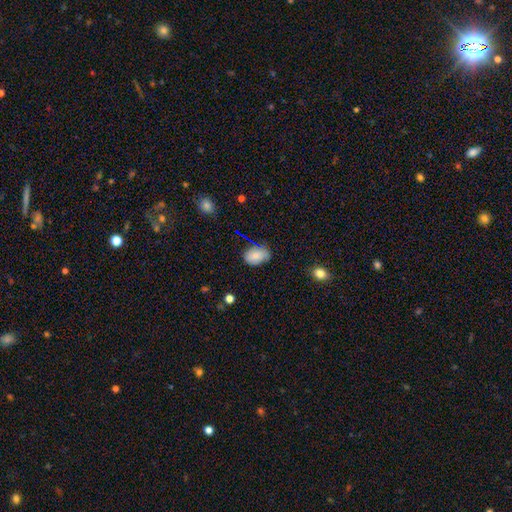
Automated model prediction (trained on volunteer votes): This is likely a smooth galaxy (79%). How rounded: clearly in between (85%). Merging: likely none (64%).